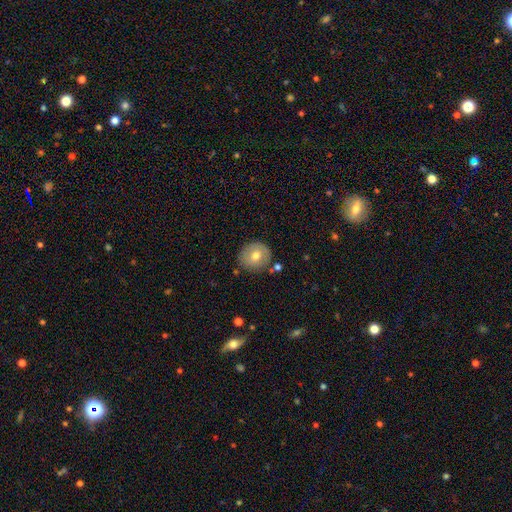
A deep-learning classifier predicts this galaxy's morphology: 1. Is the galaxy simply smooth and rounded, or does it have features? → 70% smooth, 21% featured or disk, 8% star or artifact.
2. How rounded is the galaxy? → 82% round, 17% in between, 1% cigar-shaped.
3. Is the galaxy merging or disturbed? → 81% none, 12% minor disturbance, 4% merger, 3% major disturbance.